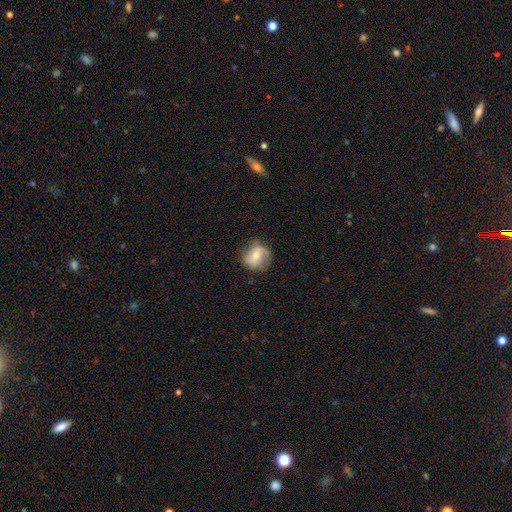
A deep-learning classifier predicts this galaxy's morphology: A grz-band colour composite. It shows a smooth galaxy with no disk features (49%). Merging: none (63%).